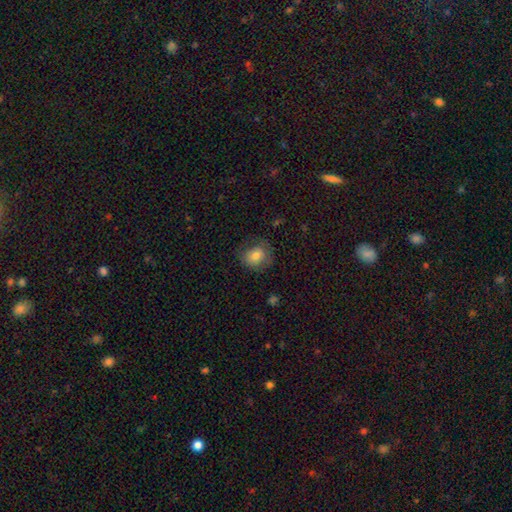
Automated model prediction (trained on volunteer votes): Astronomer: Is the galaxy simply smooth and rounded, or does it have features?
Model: smooth — 76%.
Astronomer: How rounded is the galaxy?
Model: round — 61% (runner-up: in between, 39%).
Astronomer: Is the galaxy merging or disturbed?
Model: none — 69%.